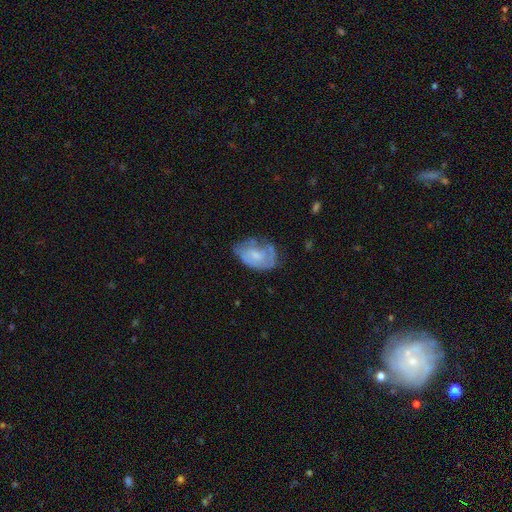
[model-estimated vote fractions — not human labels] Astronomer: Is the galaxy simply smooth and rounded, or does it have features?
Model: featured or disk — 55% (runner-up: smooth, 38%).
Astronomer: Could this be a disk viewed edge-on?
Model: no — 96%.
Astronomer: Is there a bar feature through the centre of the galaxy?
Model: no — 71%.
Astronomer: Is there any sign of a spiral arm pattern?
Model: yes — 67%.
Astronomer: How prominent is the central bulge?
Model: small — 41% (runner-up: moderate, 38%).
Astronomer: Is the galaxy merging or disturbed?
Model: none — 50% (runner-up: minor disturbance, 31%).